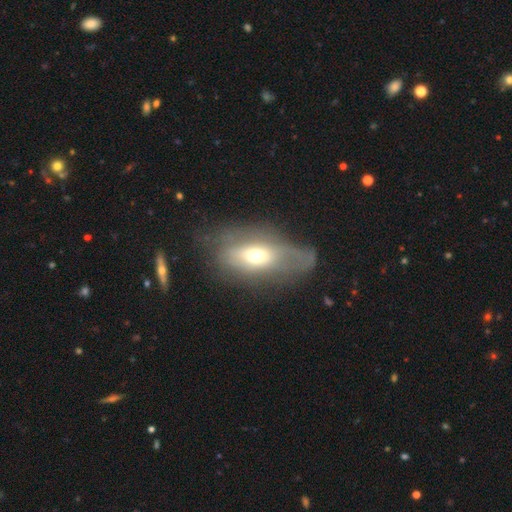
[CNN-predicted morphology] smooth-or-featured: smooth: 50% | featured or disk: 40% | star or artifact: 10%
  how-rounded: in between: 81% | round: 12% | cigar-shaped: 7%
  merging: major disturbance: 38% | none: 33% | minor disturbance: 26% | merger: 4%